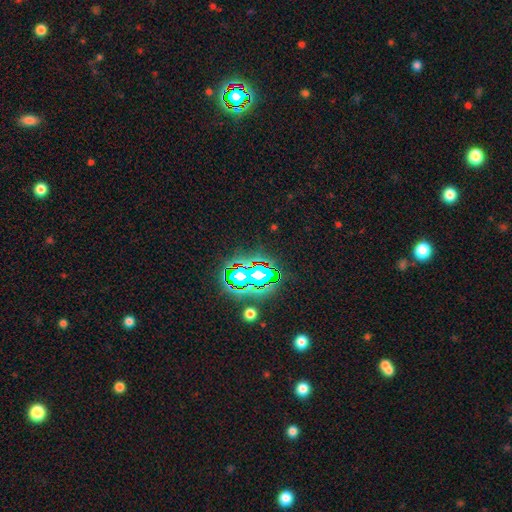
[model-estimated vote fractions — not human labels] smooth-or-featured: star or artifact: 74% | smooth: 16% | featured or disk: 10%